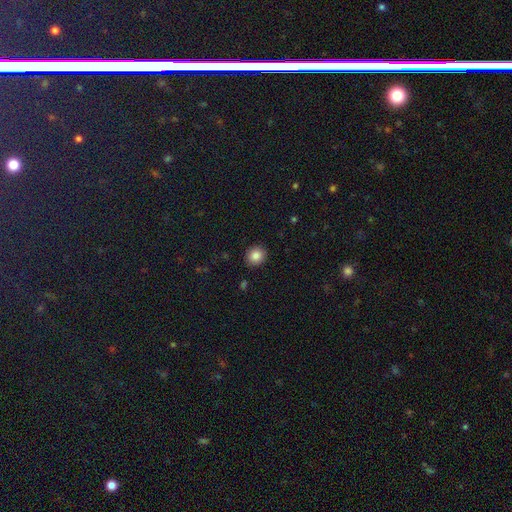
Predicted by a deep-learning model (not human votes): A smooth galaxy with no disk features (85%) that is round (82%). Merging: none (91%).